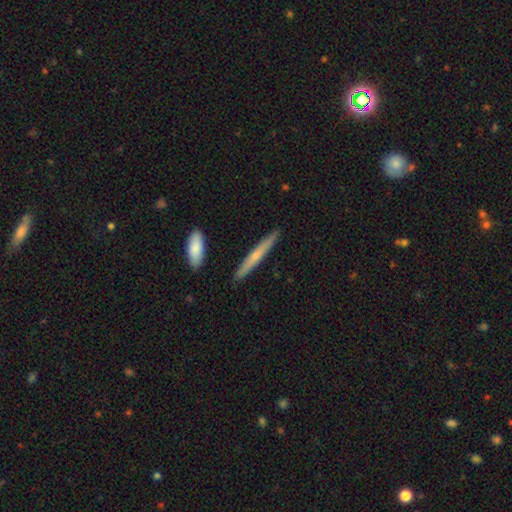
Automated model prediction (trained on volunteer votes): Smooth or featured: smooth — 51% (featured or disk — 44%)
How rounded: cigar-shaped — 95% (in between — 4%)
Merging: none — 90% (minor disturbance — 7%)